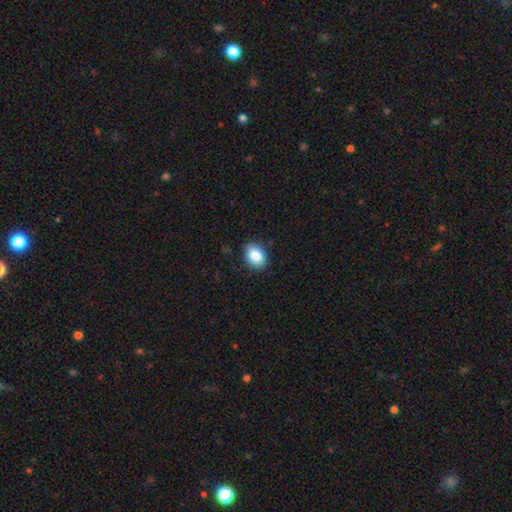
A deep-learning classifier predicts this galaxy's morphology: Overall: smooth (85%). How rounded: in between (71%). Merging: none (85%).